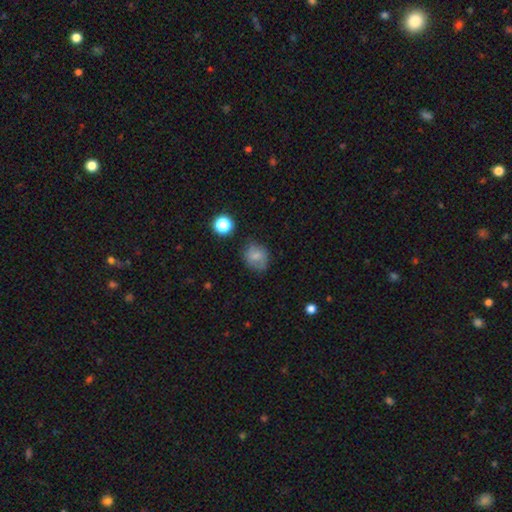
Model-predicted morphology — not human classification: Overall: smooth (70%). How rounded: round (62%; in between 37%). Merging: none (66%).